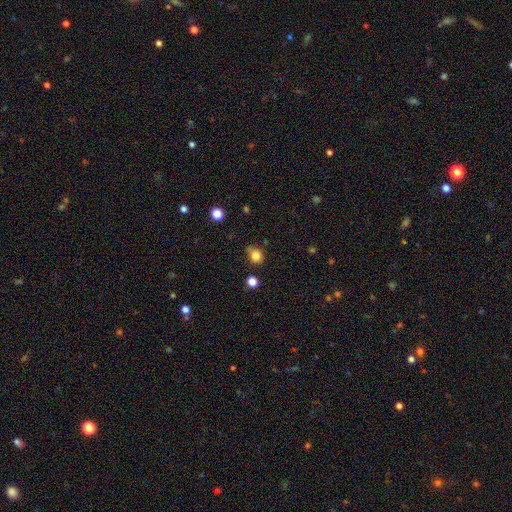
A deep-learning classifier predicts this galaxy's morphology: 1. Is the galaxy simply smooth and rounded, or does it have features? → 83% smooth, 11% star or artifact, 6% featured or disk.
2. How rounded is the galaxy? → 62% round, 37% in between, 1% cigar-shaped.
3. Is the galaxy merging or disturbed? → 67% none, 25% minor disturbance, 5% major disturbance, 4% merger.